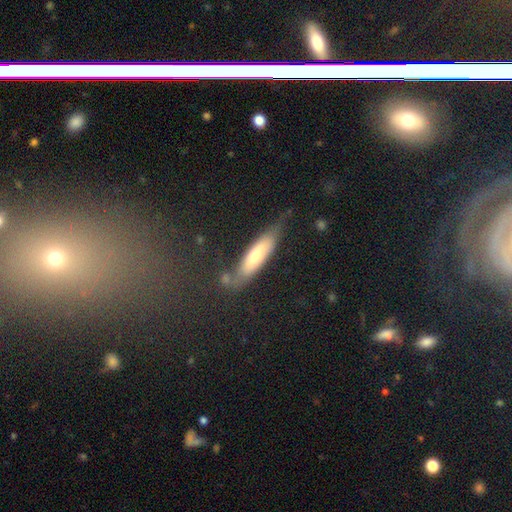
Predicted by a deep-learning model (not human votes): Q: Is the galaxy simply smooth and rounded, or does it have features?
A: smooth — 66%.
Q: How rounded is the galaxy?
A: cigar-shaped — 56%.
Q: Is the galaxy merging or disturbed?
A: none — 55%.